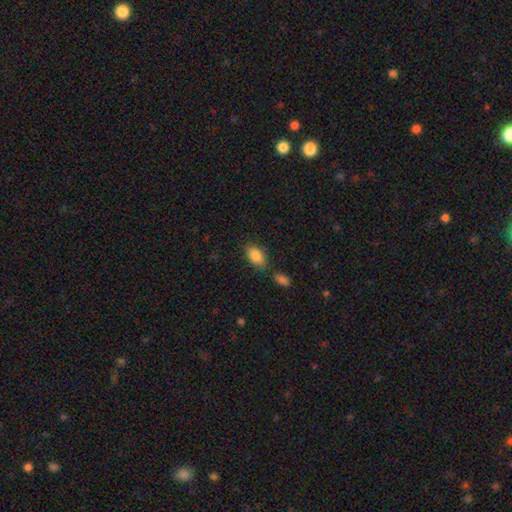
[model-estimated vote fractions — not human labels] Overall: smooth (85%). How rounded: in between (89%). Merging: none (71%).